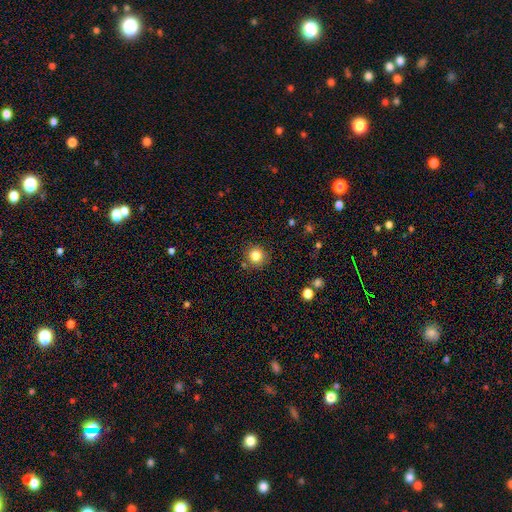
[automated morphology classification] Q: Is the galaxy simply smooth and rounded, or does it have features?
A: smooth — 82%.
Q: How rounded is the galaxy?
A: round — 92%.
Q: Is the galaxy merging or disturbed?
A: none — 85%.